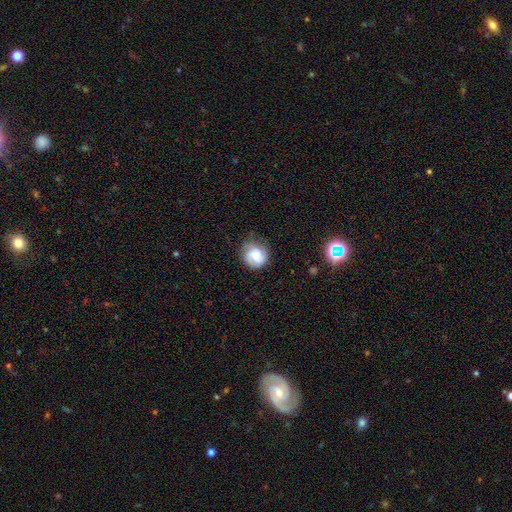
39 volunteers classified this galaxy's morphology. featured or disk 56%, smooth 38%, star or artifact 5%. Down the decision tree: edge-on disk — no (95%); bar — no (57%); spiral arms — yes (95%); spiral arm count — 2 (85%); spiral winding — medium (50%); bulge size — small (48%); merging — none (59%).